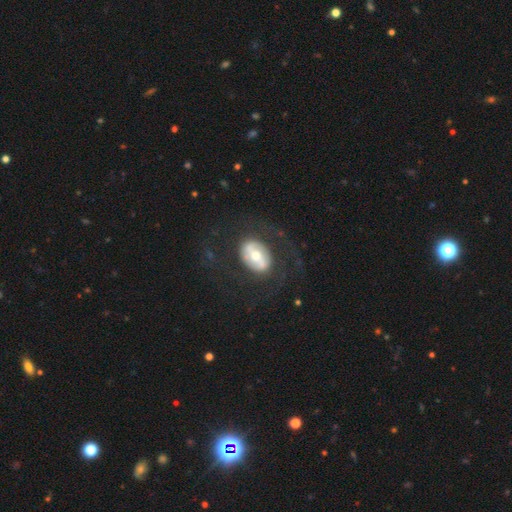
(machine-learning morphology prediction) smooth-or-featured: featured or disk: 65% | smooth: 29% | star or artifact: 6%
  disk-edge-on: no: 94% | yes: 6%
    bar: strong: 46% | weak: 31% | no: 23%
    has-spiral-arms: yes: 58% | no: 42%
    bulge-size: moderate: 63% | small: 26% | large: 8% | dominant: 2% | none: 1%
  merging: none: 66% | major disturbance: 18% | minor disturbance: 14% | merger: 2%